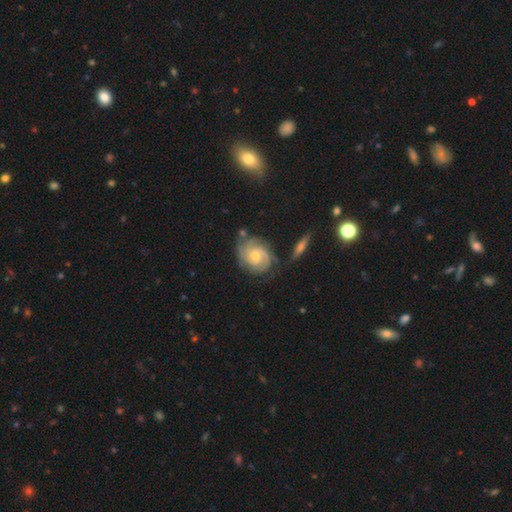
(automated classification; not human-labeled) Smooth or featured? Predicted: featured or disk (p=0.87). Edge-on disk? Predicted: no (p=0.97). Bar? Predicted: no (p=0.60). Spiral arms? Predicted: yes (p=0.97). Spiral winding? Predicted: tight (p=0.64). Spiral arm count? Predicted: 2 (p=0.43). Bulge size? Predicted: small (p=0.55). Merging? Predicted: none (p=0.67).